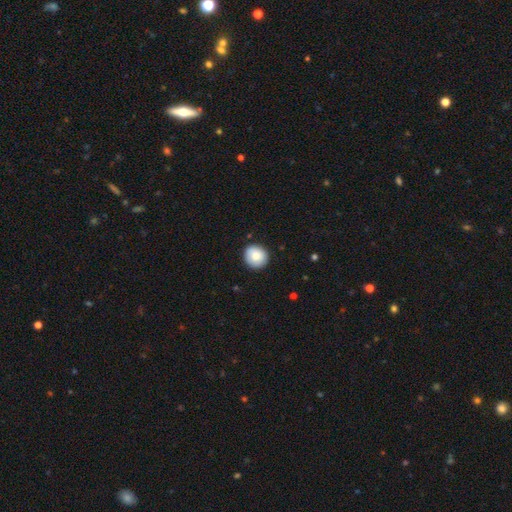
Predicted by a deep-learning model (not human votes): smooth 83%, featured or disk 9%, star or artifact 8%. Down the decision tree: how rounded — round (88%); merging — none (88%).